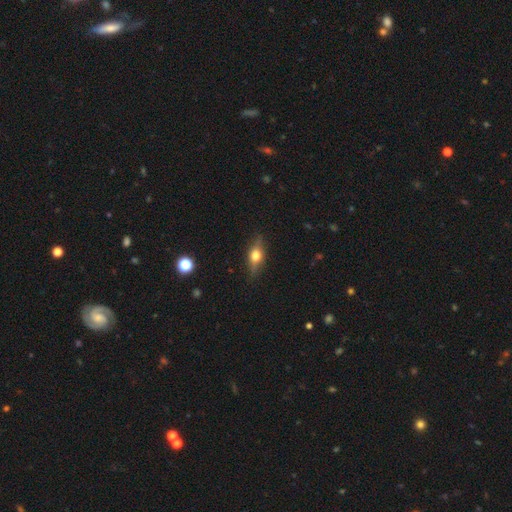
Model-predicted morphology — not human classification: smooth_or_featured: smooth (p=0.50) [alt: featured or disk p=0.41]
how_rounded: in between (p=0.64) [alt: cigar-shaped p=0.23]
merging: none (p=0.83) [alt: minor disturbance p=0.13]